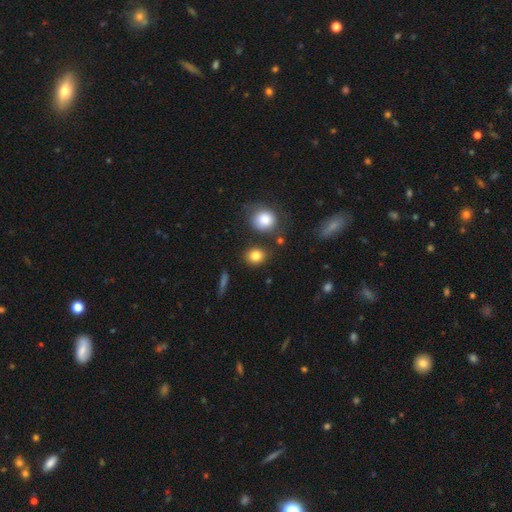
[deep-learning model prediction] Smooth or featured? smooth (83%)
How rounded? round (65%)
Merging? none (80%)